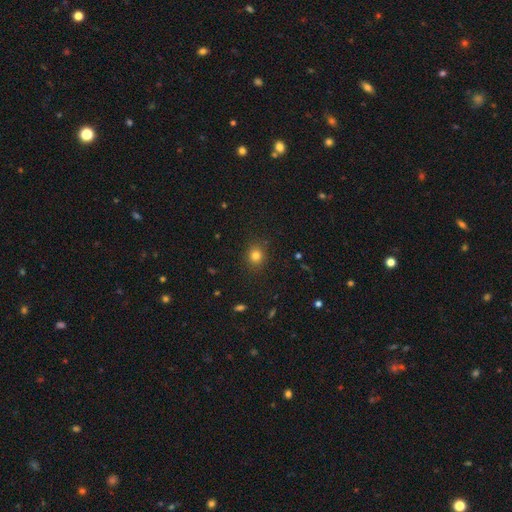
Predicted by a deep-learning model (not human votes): A smooth galaxy with no disk features (80%) that is round (80%). Merging: none (88%).